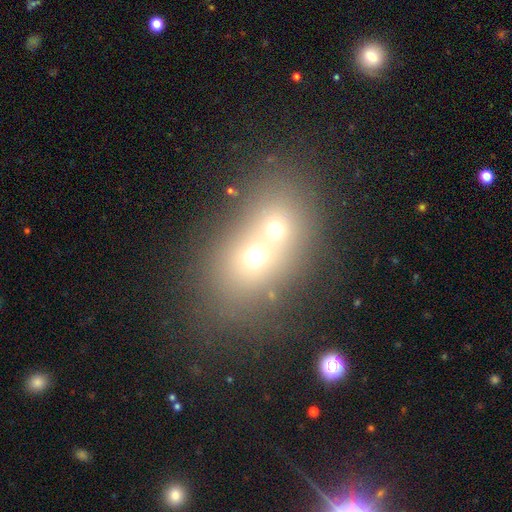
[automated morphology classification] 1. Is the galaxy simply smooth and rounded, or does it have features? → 56% smooth, 27% featured or disk, 18% star or artifact.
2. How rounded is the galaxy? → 51% round, 47% in between, 1% cigar-shaped.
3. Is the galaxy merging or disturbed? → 73% merger, 19% none, 5% minor disturbance, 3% major disturbance.